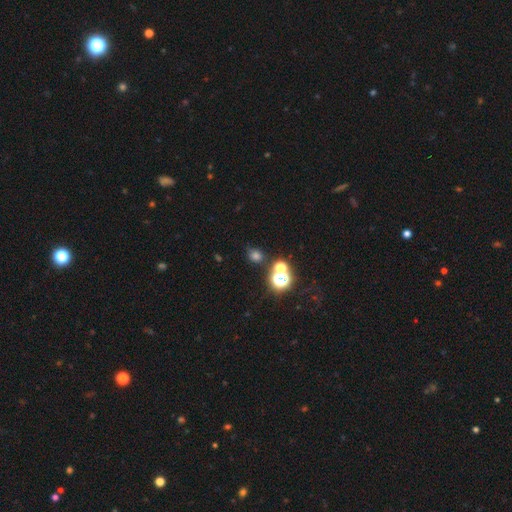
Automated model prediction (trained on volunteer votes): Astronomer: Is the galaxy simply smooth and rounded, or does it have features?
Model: smooth — 63%.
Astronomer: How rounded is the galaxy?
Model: round — 77%.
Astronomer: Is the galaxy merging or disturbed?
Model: none — 71%.